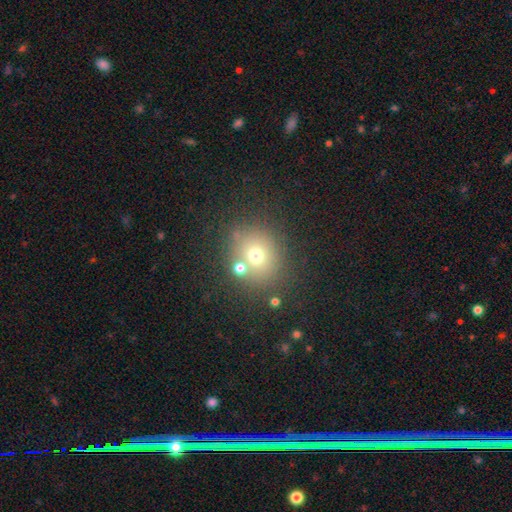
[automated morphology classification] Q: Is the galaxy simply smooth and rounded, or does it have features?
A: smooth — 68%.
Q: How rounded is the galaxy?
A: round — 80%.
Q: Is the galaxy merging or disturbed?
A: none — 72%.